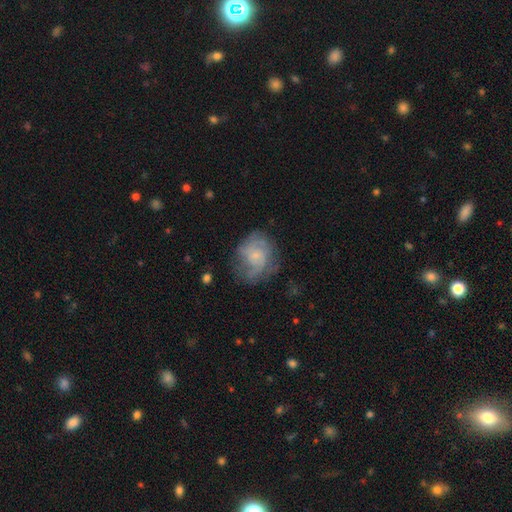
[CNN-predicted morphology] Smooth or featured?
  - featured or disk: 63% *
  - smooth: 29%
  - star or artifact: 8%
Edge-on disk?
  - no: 98% *
  - yes: 2%
Bar?
  - no: 74% *
  - weak: 23%
  - strong: 3%
Spiral arms?
  - yes: 81% *
  - no: 19%
Bulge size?
  - small: 69% *
  - moderate: 16%
  - none: 12%
  - large: 2%
  - dominant: 1%
Merging?
  - none: 57% *
  - minor disturbance: 24%
  - major disturbance: 18%
  - merger: 2%